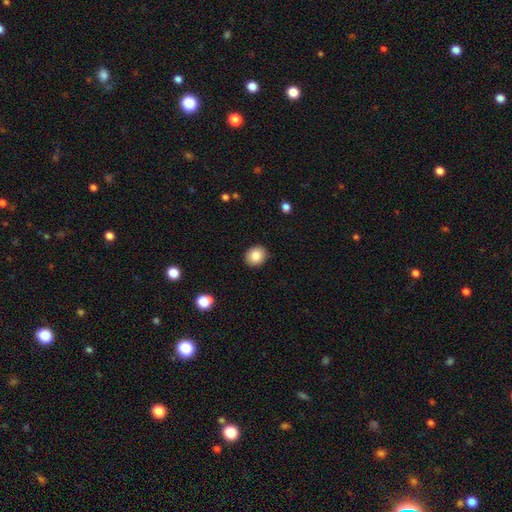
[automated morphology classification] A smooth galaxy with no disk features (85%) that is round (74%).

Vote fractions:
- Smooth or featured? smooth: 85% / star or artifact: 9% / featured or disk: 6%
- How rounded? round: 74% / in between: 25% / cigar-shaped: 1%
- Merging? none: 90% / minor disturbance: 7% / major disturbance: 2% / merger: 1%